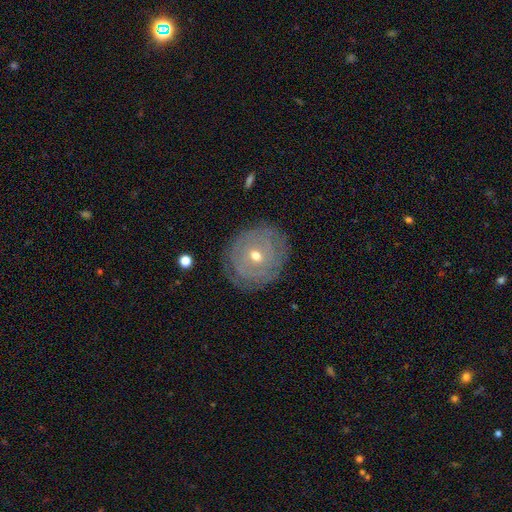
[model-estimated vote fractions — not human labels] smooth-or-featured: featured or disk: 66% | smooth: 24% | star or artifact: 10%
  disk-edge-on: no: 96% | yes: 4%
    bar: no: 75% | weak: 20% | strong: 6%
    has-spiral-arms: yes: 69% | no: 31%
    bulge-size: moderate: 49% | small: 48% | large: 1% | dominant: 1% | none: 1%
  merging: none: 83% | minor disturbance: 12% | major disturbance: 4% | merger: 1%